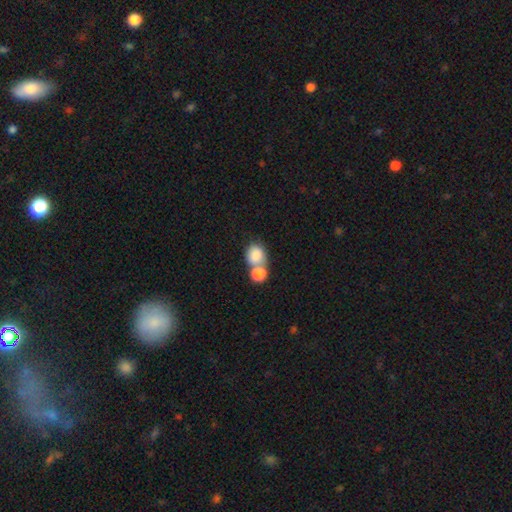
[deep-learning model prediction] Smooth or featured?
  - smooth: 83% *
  - featured or disk: 9%
  - star or artifact: 8%
How rounded?
  - round: 61% *
  - in between: 38%
  - cigar-shaped: 1%
Merging?
  - merger: 54% *
  - none: 34%
  - minor disturbance: 8%
  - major disturbance: 4%